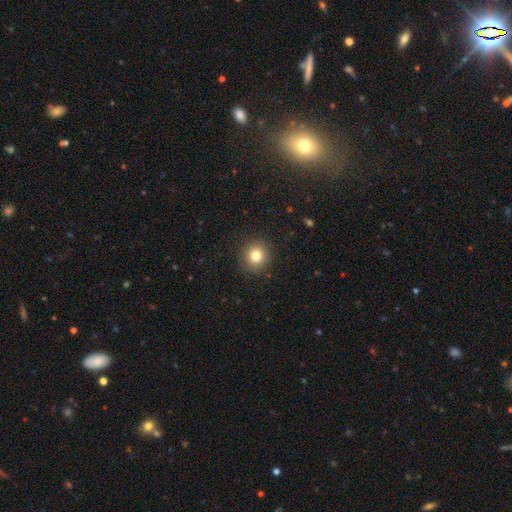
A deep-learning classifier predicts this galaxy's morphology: smooth 80%, star or artifact 12%, featured or disk 8%. Down the decision tree: how rounded — round (91%); merging — none (91%).